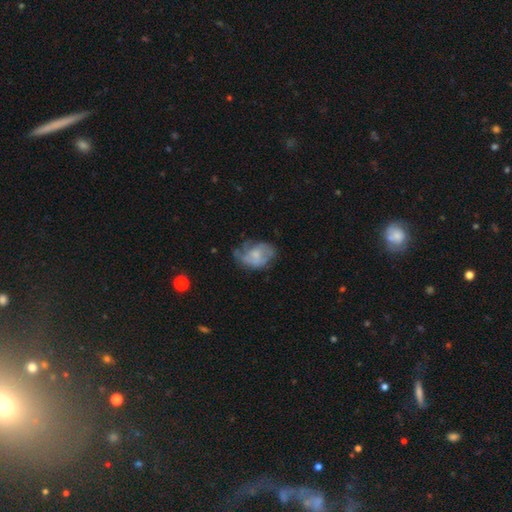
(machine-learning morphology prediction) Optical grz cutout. It shows a featured or disk galaxy (53%) with no bar (70%), spiral arms (59%) and a small central bulge (38%). Merging: none (45%).